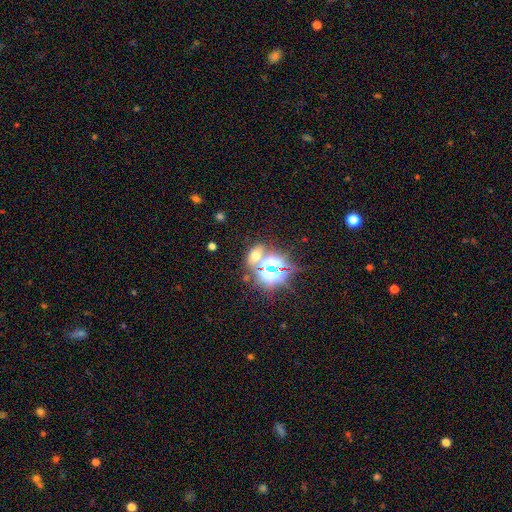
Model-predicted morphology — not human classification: smooth 50%, star or artifact 36%, featured or disk 14%. Down the decision tree: how rounded — in between (57%); merging — none (62%).